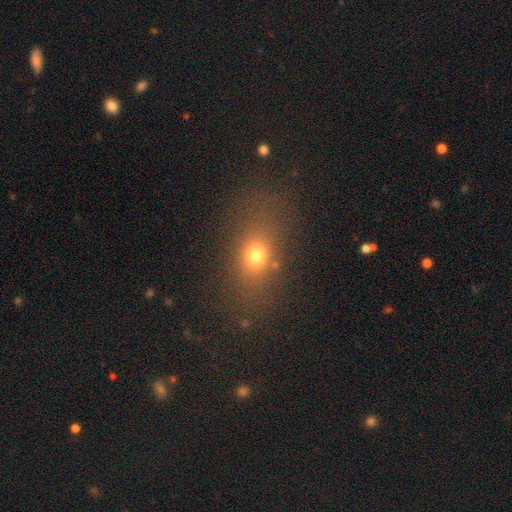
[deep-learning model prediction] Smooth or featured? Predicted: smooth (p=0.70). How rounded? Predicted: in between (p=0.61). Merging? Predicted: none (p=0.77).